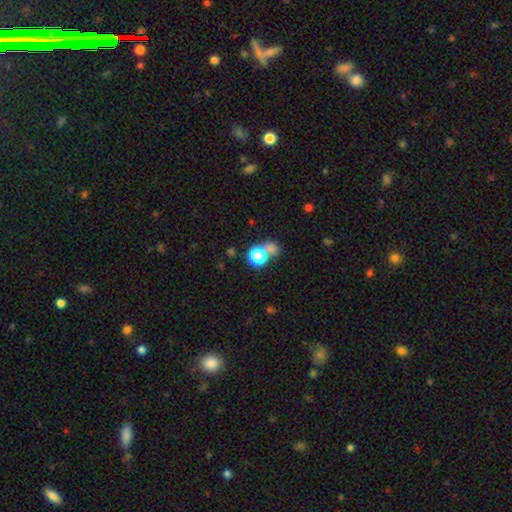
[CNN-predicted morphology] A smooth galaxy with no disk features (53%) that is round (79%).

Vote fractions:
- Smooth or featured? smooth: 53% / star or artifact: 38% / featured or disk: 9%
- How rounded? round: 79% / in between: 19% / cigar-shaped: 2%
- Merging? none: 60% / merger: 24% / minor disturbance: 9% / major disturbance: 7%